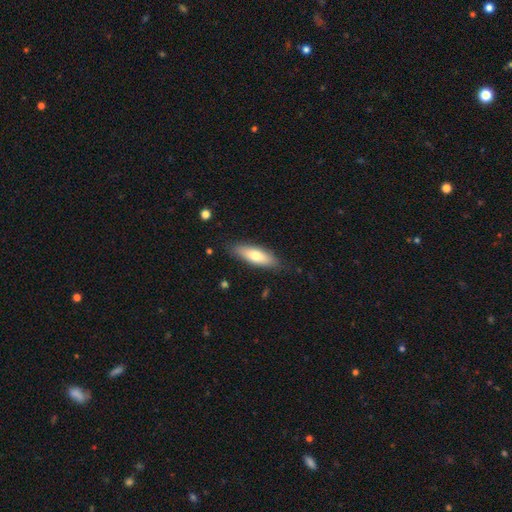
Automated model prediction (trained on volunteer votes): Smooth or featured? Predicted: smooth (p=0.70). How rounded? Predicted: in between (p=0.51). Merging? Predicted: none (p=0.85).